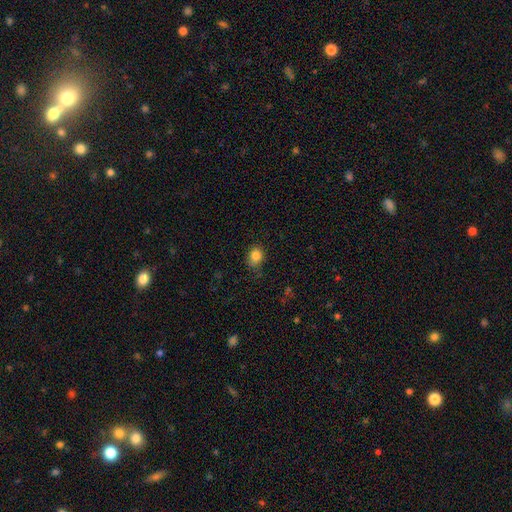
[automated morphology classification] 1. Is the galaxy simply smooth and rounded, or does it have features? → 84% smooth, 11% star or artifact, 6% featured or disk.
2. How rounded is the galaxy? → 52% round, 47% in between, 1% cigar-shaped.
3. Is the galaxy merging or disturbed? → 76% none, 19% minor disturbance, 4% major disturbance, 1% merger.